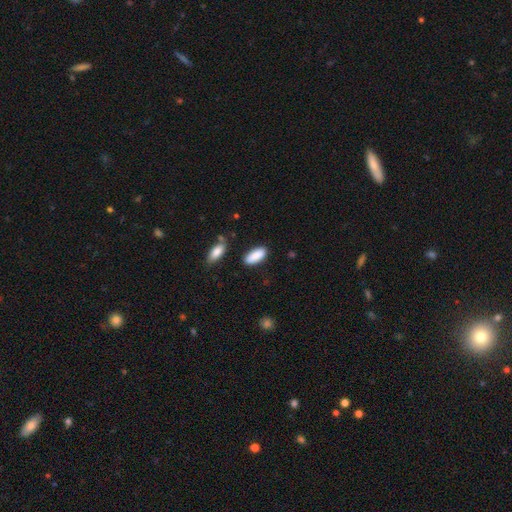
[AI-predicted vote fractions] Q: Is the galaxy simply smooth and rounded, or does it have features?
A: smooth — 89%.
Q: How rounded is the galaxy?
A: in between — 83%.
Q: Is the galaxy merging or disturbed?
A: none — 81%.